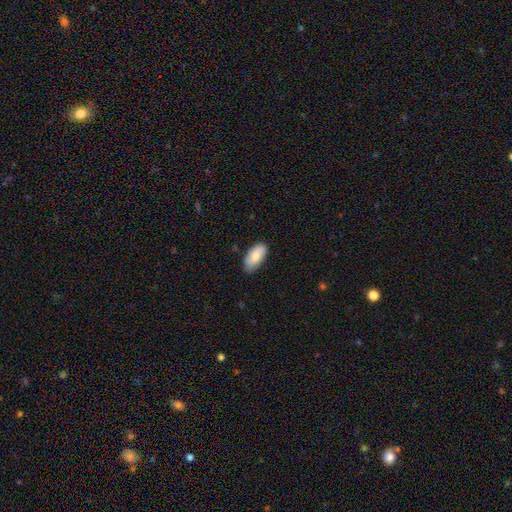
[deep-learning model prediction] Smooth or featured?
  - smooth: 79% *
  - featured or disk: 15%
  - star or artifact: 6%
How rounded?
  - in between: 93% *
  - cigar-shaped: 5%
  - round: 2%
Merging?
  - none: 80% *
  - minor disturbance: 17%
  - major disturbance: 2%
  - merger: 1%